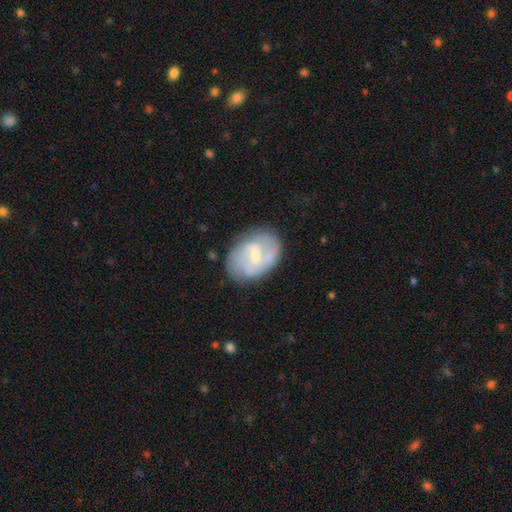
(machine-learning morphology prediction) The model was most divided on "bulge size": small: 54%, moderate: 36%, none: 6%, large: 2%, dominant: 1%. More confident: edge-on disk — no (97%); spiral arms — yes (74%); merging — none (70%); smooth or featured — featured or disk (66%); bar — weak (58%).